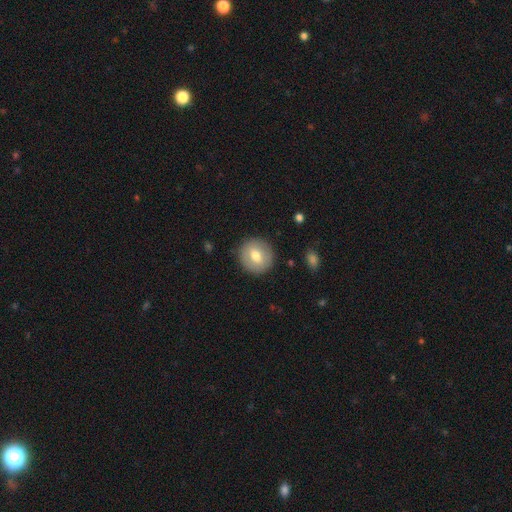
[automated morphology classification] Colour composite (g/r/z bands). It shows a smooth galaxy with no disk features (66%) that is round (87%). Merging: none (88%).